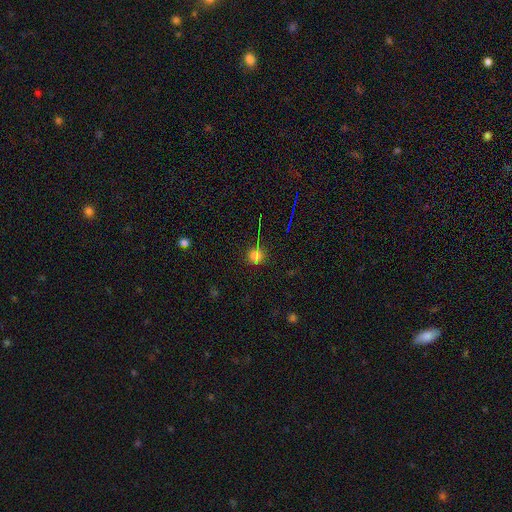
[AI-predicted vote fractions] Smooth or featured: smooth — 59% (star or artifact — 33%)
How rounded: round — 86% (in between — 12%)
Merging: none — 77% (minor disturbance — 11%)